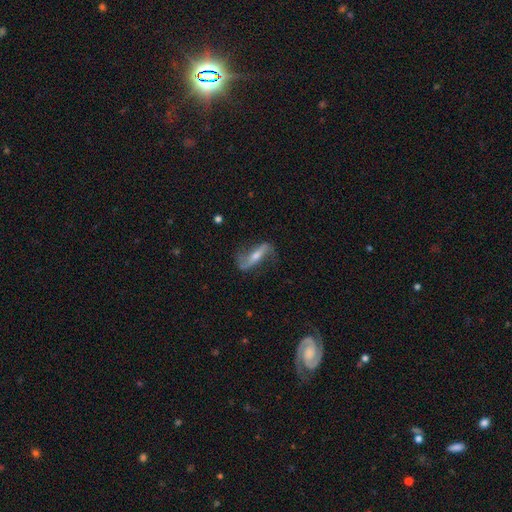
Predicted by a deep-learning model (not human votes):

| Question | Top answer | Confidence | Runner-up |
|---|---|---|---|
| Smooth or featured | featured or disk | 77% | smooth (16%) |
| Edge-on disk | no | 78% | yes (22%) |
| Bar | strong | 53% | weak (25%) |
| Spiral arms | yes | 91% | no (9%) |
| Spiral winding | loose | 71% | medium (21%) |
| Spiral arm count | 2 | 89% | can't tell (4%) |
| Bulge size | moderate | 45% | small (44%) |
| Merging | none | 69% | minor disturbance (18%) |